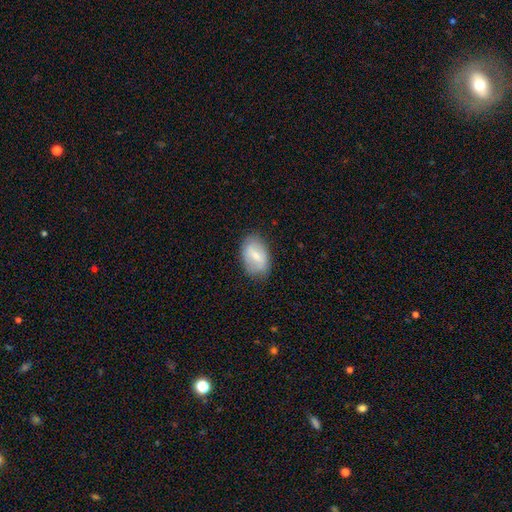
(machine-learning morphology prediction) Overall: smooth (62%; featured or disk 31%). How rounded: in between (89%). Merging: none (75%).